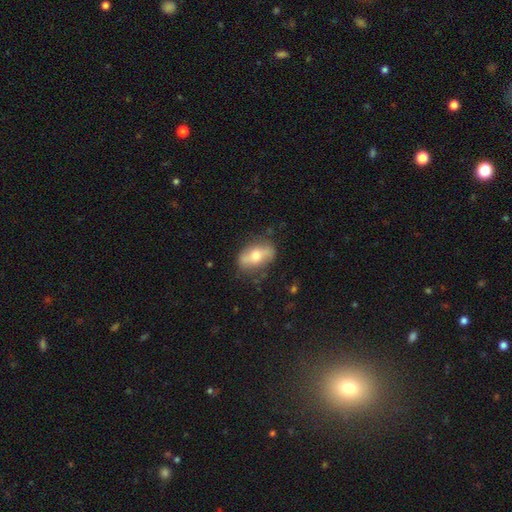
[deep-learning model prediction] smooth_or_featured: featured or disk (p=0.47) [tied with: smooth p=0.47]
merging: none (p=0.77) [alt: minor disturbance p=0.16]